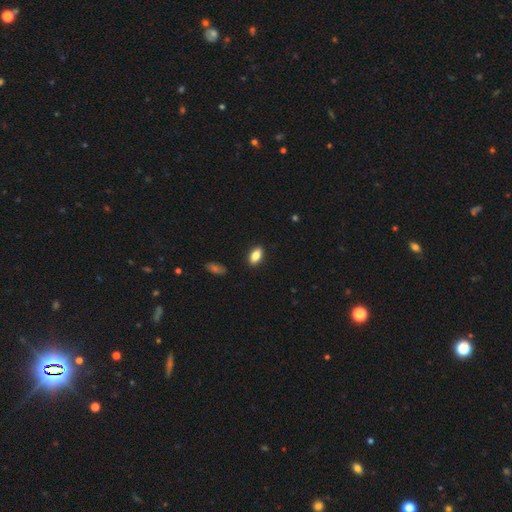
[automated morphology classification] Overall: smooth (83%). How rounded: in between (89%). Merging: none (88%).